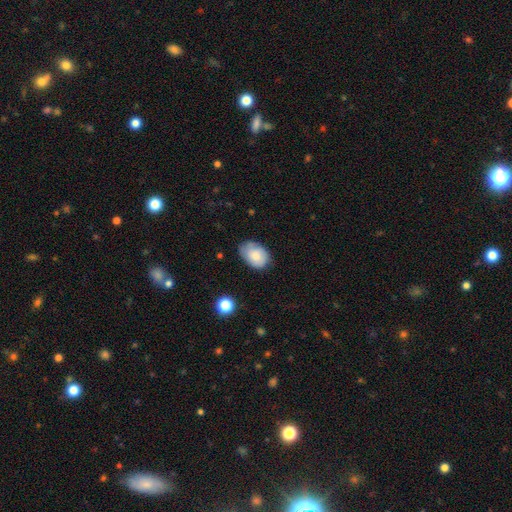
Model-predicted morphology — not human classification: This is likely a smooth galaxy (75%). How rounded: likely in between (78%). Merging: likely none (63%).